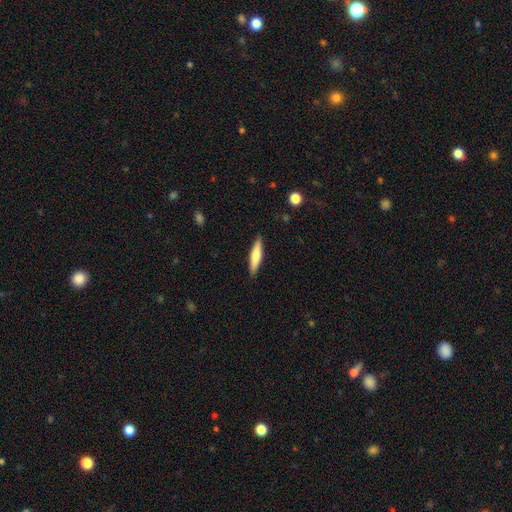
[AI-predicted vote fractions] This appears to be a smooth galaxy with no disk features (67%) that is cigar-shaped (82%). Merging: none (89%).